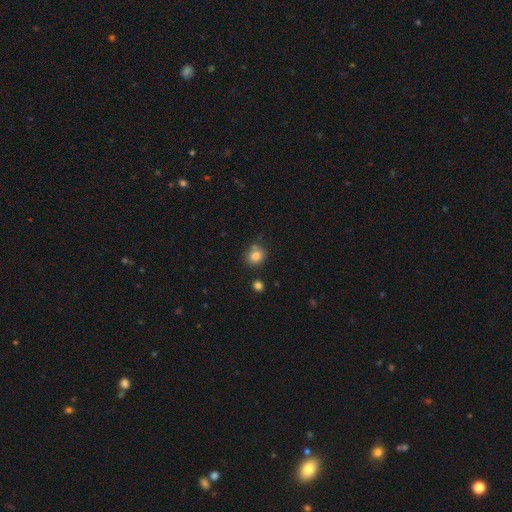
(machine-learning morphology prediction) Smooth or featured? smooth (81%)
How rounded? round (80%)
Merging? none (74%)